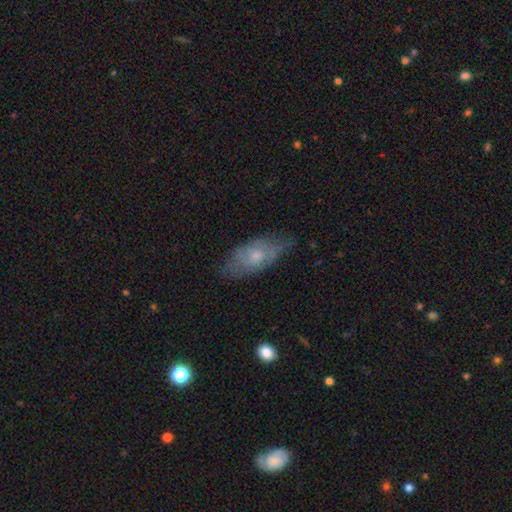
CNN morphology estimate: Overall: smooth (52%; featured or disk 41%). How rounded: in between (83%). Merging: none (64%; minor disturbance 27%).